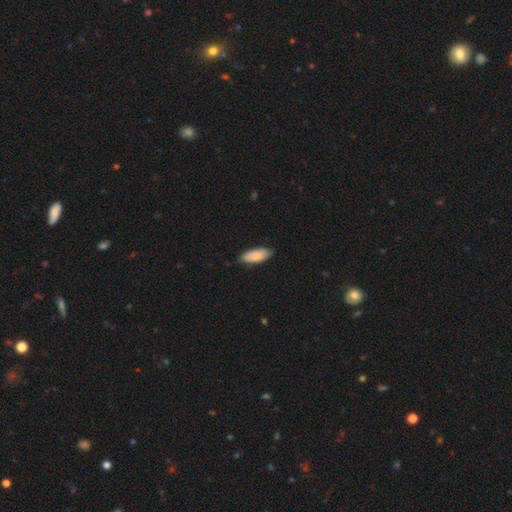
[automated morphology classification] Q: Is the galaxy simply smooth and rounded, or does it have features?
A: smooth — 82%.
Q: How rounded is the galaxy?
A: in between — 80%.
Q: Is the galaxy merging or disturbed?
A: none — 84%.